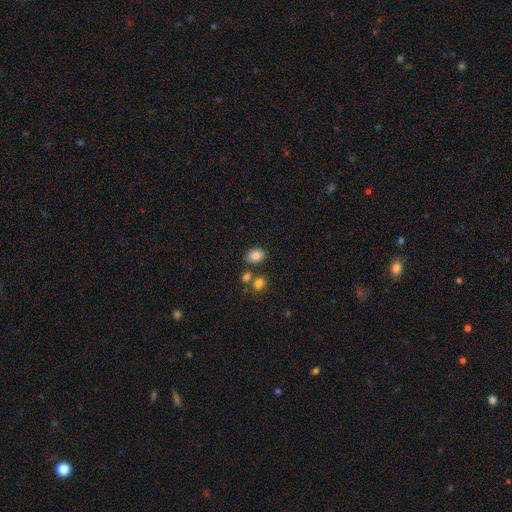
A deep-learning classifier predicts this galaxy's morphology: smooth_or_featured: smooth (p=0.85) [alt: star or artifact p=0.10]
how_rounded: in between (p=0.66) [alt: round p=0.33]
merging: none (p=0.71) [alt: merger p=0.13]